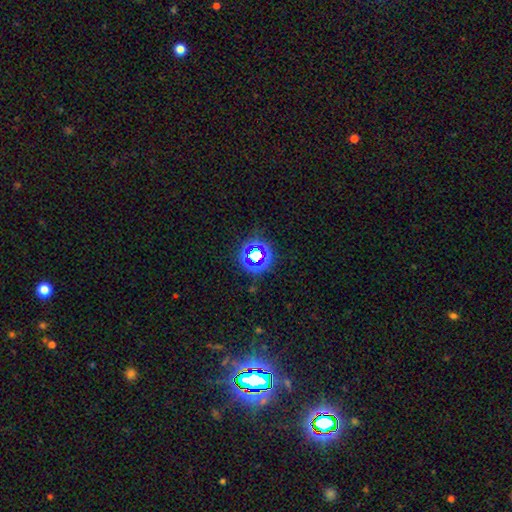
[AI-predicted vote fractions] Smooth or featured?
  - star or artifact: 62% *
  - smooth: 27%
  - featured or disk: 11%